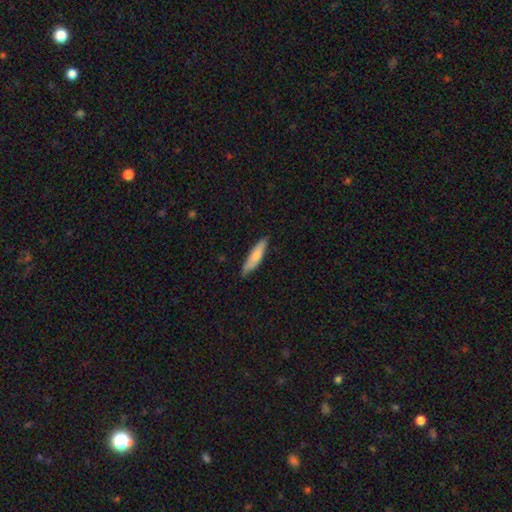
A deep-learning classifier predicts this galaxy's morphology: smooth_or_featured: smooth (p=0.73) [alt: featured or disk p=0.22]
how_rounded: cigar-shaped (p=0.73) [alt: in between p=0.25]
merging: none (p=0.81) [alt: minor disturbance p=0.16]